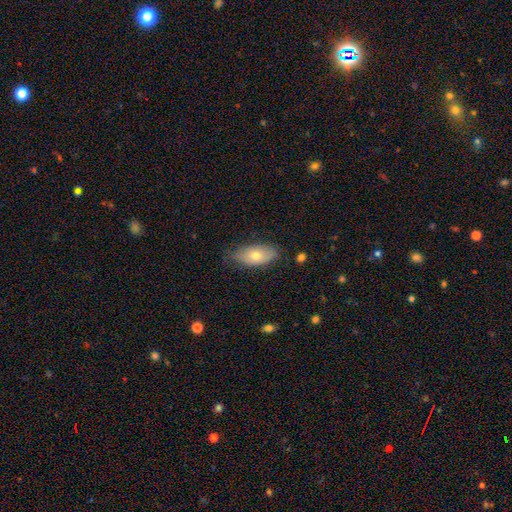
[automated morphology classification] Smooth or featured? smooth (69%)
How rounded? in between (89%)
Merging? none (68%)